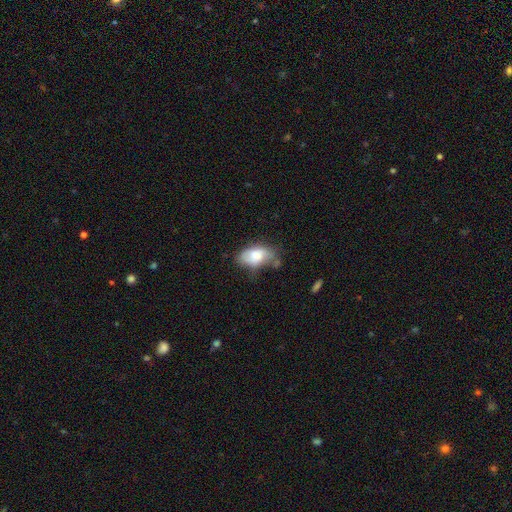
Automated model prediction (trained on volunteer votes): A smooth galaxy with no disk features (72%) that is in between round and cigar-shaped (92%). Merging: none (42%).